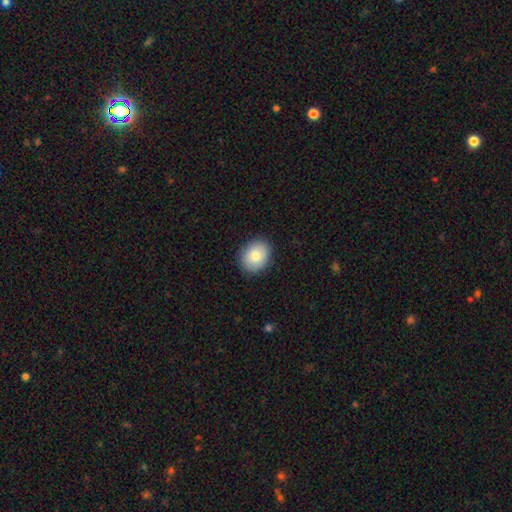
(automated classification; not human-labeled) Q: Smooth or featured?
A: smooth (81%); runner-up: featured or disk (12%)
Q: How rounded?
A: round (57%); runner-up: in between (42%)
Q: Merging?
A: none (89%); runner-up: minor disturbance (9%)